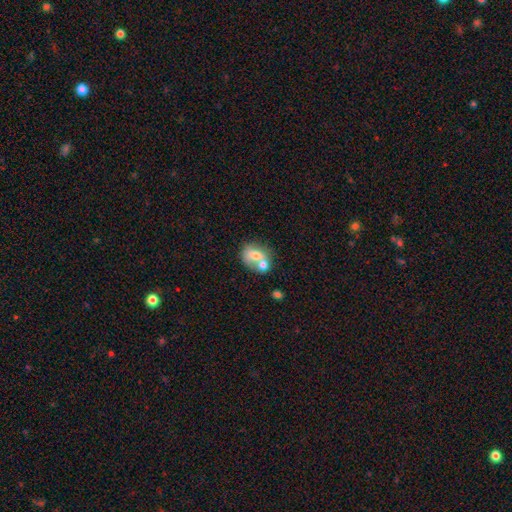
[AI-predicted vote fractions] smooth 64%, featured or disk 27%, star or artifact 9%. Down the decision tree: how rounded — in between (55%); merging — merger (53%).